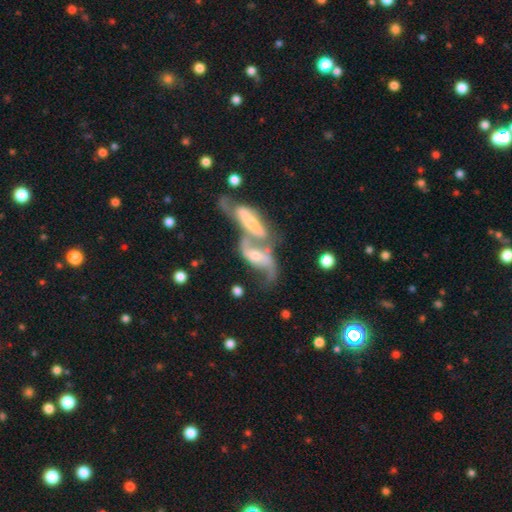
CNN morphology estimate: A featured or disk galaxy (77%) with no bar (44%), 2 (83%) loose (78%) spiral arms (88%) and a moderate central bulge (45%).

Vote fractions:
- Smooth or featured? featured or disk: 77% / smooth: 16% / star or artifact: 7%
- Edge-on disk? no: 88% / yes: 12%
- Bar? no: 44% / weak: 36% / strong: 21%
- Spiral arms? yes: 88% / no: 12%
- Spiral winding? loose: 78% / medium: 17% / tight: 5%
- Spiral arm count? 2: 83% / 1: 8% / can't tell: 6% / 3: 1% / 4: 1% / more than 4: 1%
- Bulge size? moderate: 45% / small: 40% / none: 6% / large: 6% / dominant: 2%
- Merging? merger: 72% / none: 13% / major disturbance: 8% / minor disturbance: 7%